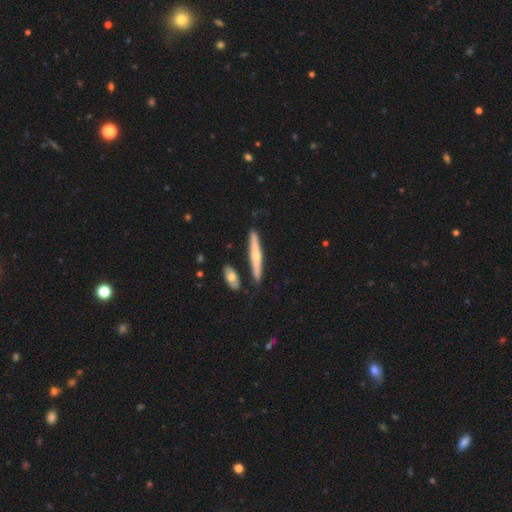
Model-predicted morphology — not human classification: type=featured or disk (54%); edge-on=yes (95%); edge-on bulge=rounded (77%); merging=none (85%).